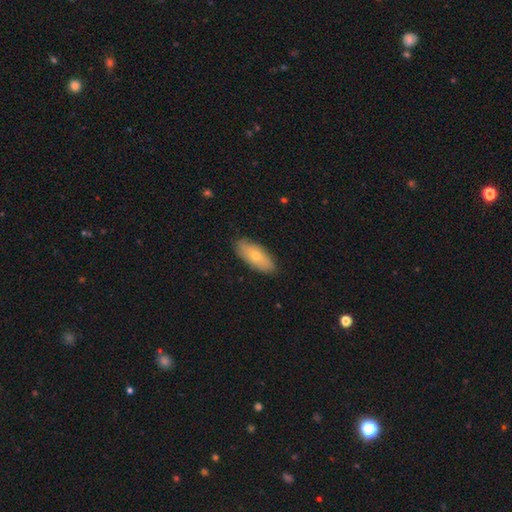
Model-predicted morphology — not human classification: The model was most divided on "smooth or featured": smooth: 63%, featured or disk: 30%, star or artifact: 7%. More confident: merging — none (88%); how rounded — in between (80%).